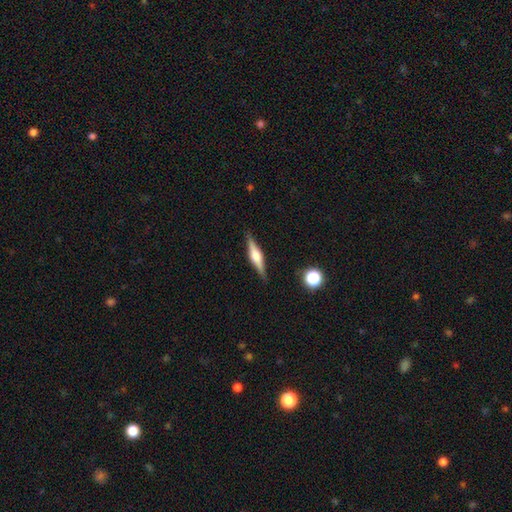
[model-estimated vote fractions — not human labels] Smooth or featured?
  - featured or disk: 68% *
  - smooth: 25%
  - star or artifact: 7%
Edge-on disk?
  - yes: 97% *
  - no: 3%
Edge-on bulge?
  - rounded: 79% *
  - boxy: 17%
  - none: 3%
Merging?
  - none: 88% *
  - minor disturbance: 9%
  - major disturbance: 2%
  - merger: 1%